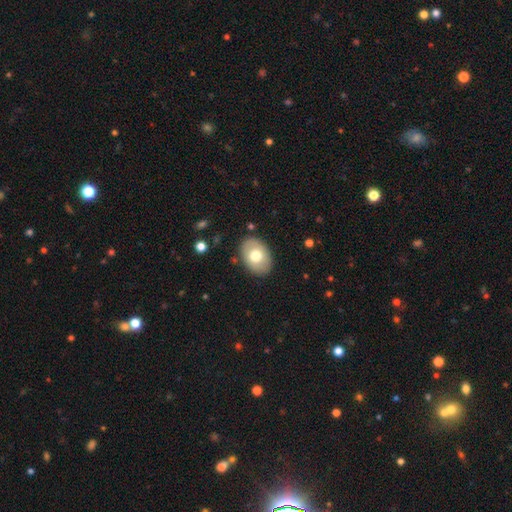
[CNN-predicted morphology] smooth_or_featured: smooth (p=0.69) [alt: featured or disk p=0.24]
how_rounded: in between (p=0.80) [alt: round p=0.19]
merging: none (p=0.87) [alt: minor disturbance p=0.09]